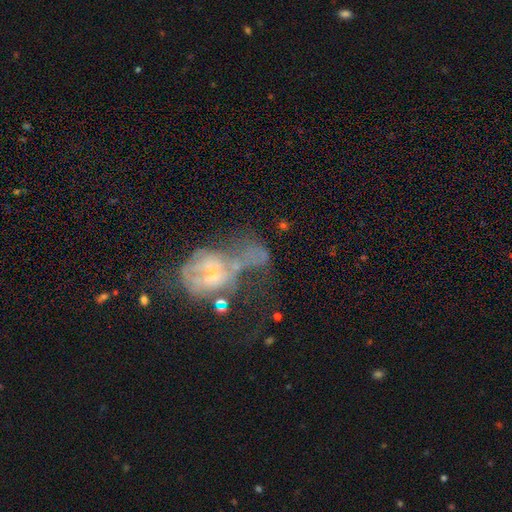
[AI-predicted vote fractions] A featured or disk galaxy (57%) with no bar (77%), no spiral arms (73%) and a small central bulge (46%). Merging: major disturbance (40%).